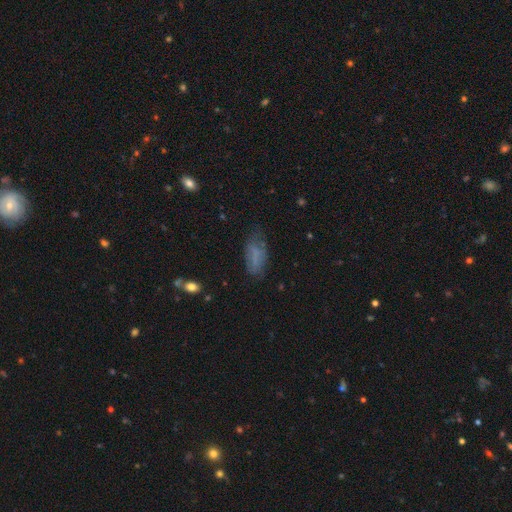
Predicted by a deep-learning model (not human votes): Overall: smooth (63%; featured or disk 25%). How rounded: in between (83%). Merging: none (56%; minor disturbance 27%).